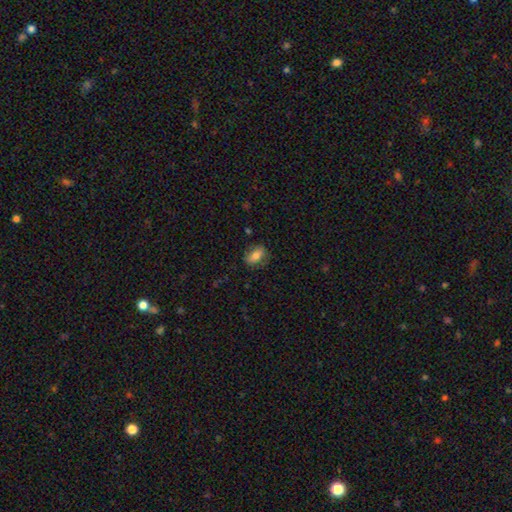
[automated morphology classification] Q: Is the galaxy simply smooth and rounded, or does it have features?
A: smooth — 74%.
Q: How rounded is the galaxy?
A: in between — 85%.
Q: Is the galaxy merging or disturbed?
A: none — 77%.